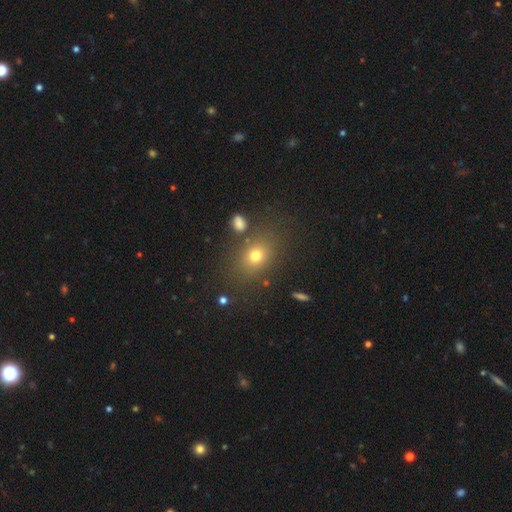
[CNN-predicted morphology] smooth 72%, star or artifact 17%, featured or disk 11%. Down the decision tree: how rounded — in between (51%); merging — none (77%).